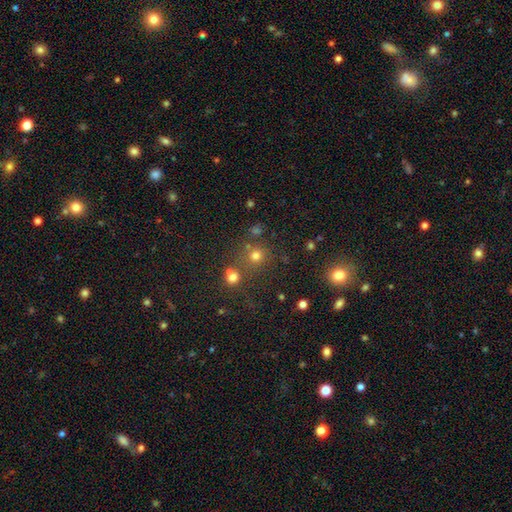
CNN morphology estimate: smooth-or-featured: smooth: 72% | star or artifact: 21% | featured or disk: 8%
  how-rounded: round: 90% | in between: 9% | cigar-shaped: 1%
  merging: none: 69% | merger: 17% | minor disturbance: 9% | major disturbance: 4%